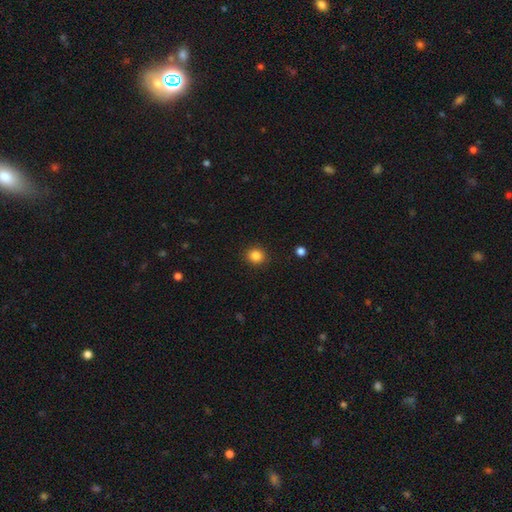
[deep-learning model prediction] This is clearly a smooth galaxy (86%). How rounded: clearly round (85%). Merging: clearly none (91%).